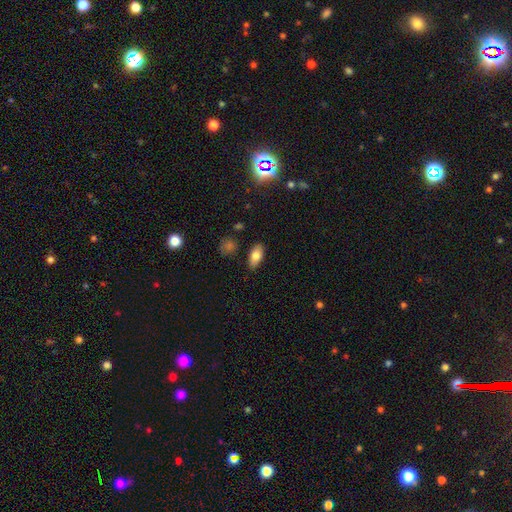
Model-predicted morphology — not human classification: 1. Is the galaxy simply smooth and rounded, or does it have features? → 79% smooth, 13% featured or disk, 8% star or artifact.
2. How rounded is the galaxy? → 88% in between, 8% cigar-shaped, 4% round.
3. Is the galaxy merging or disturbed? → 84% none, 11% minor disturbance, 2% major disturbance, 2% merger.